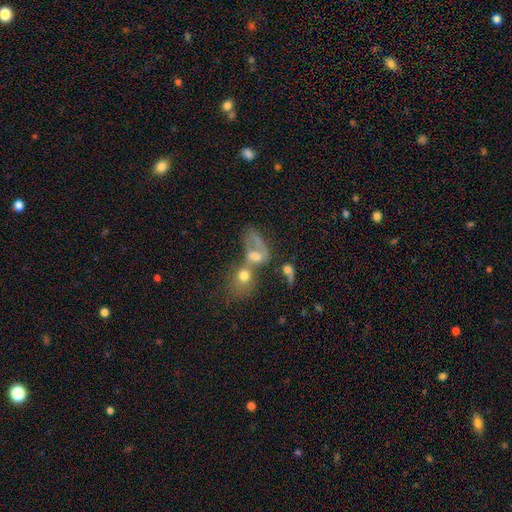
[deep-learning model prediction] This appears to be a smooth galaxy with no disk features (52%) that is in between round and cigar-shaped (69%). Merging: merger (61%).